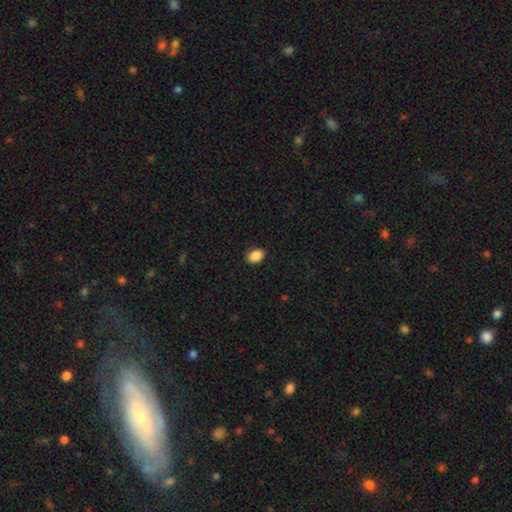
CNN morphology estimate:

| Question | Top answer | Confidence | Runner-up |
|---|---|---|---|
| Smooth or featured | smooth | 89% | star or artifact (8%) |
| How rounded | in between | 77% | round (22%) |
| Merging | none | 88% | minor disturbance (9%) |